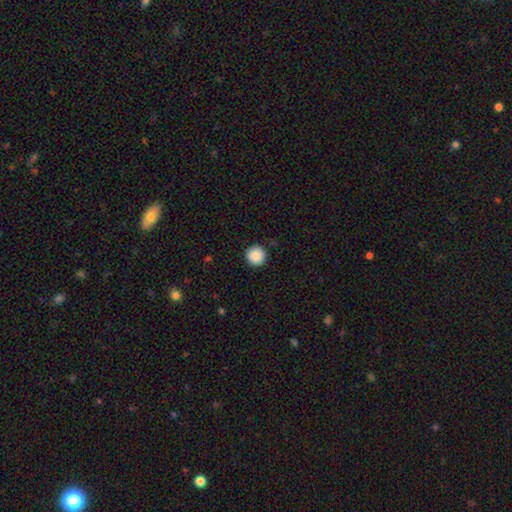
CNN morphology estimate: type=smooth (88%); roundness=round (96%); merging=none (92%).